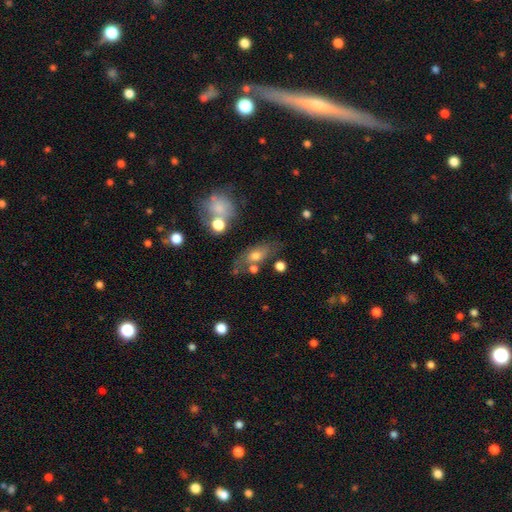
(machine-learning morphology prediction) Smooth or featured: smooth — 62% (featured or disk — 26%)
How rounded: in between — 73% (cigar-shaped — 13%)
Merging: none — 59% (minor disturbance — 18%)